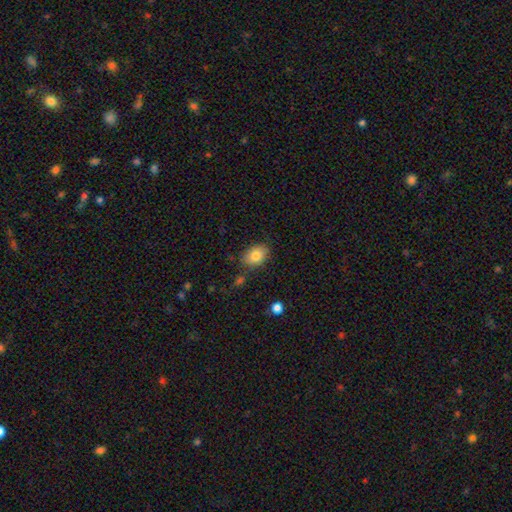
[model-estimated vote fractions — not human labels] Morphology: type=smooth (82%); roundness=in between (79%); merging=none (78%).